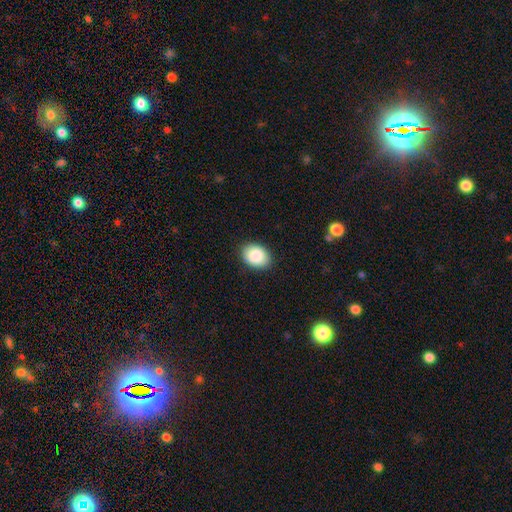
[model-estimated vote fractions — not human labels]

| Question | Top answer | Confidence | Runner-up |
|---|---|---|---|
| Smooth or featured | smooth | 88% | star or artifact (7%) |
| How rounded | in between | 70% | round (30%) |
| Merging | none | 88% | minor disturbance (9%) |